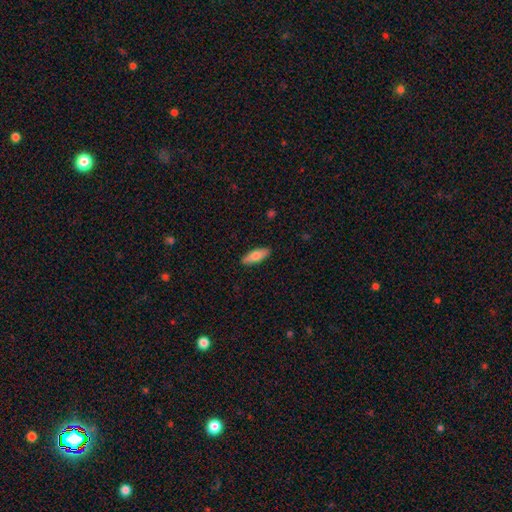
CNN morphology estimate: Smooth or featured? Predicted: smooth (p=0.73). How rounded? Predicted: in between (p=0.71). Merging? Predicted: none (p=0.89).